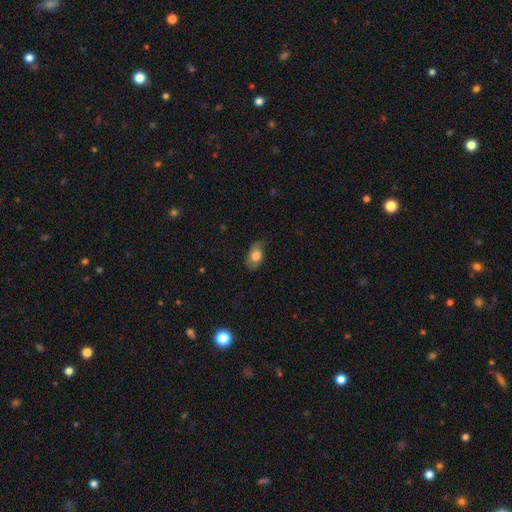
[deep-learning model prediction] Morphology: type=smooth (68%); roundness=in between (86%); merging=none (68%).